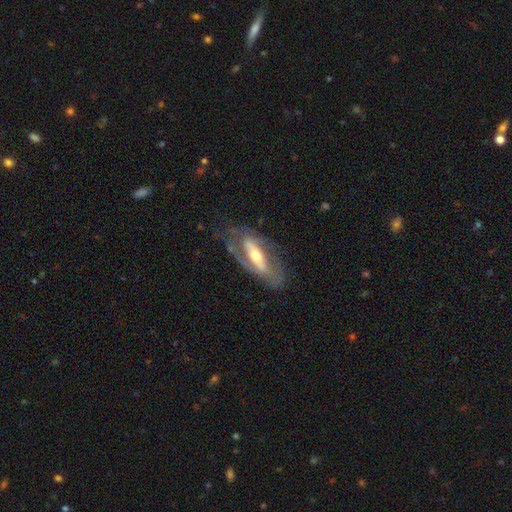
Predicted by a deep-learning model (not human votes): Morphology: type=featured or disk (77%); edge-on=no (78%); bar=strong (55%); spiral arms=yes (65%); bulge=moderate (60%); merging=none (63%).